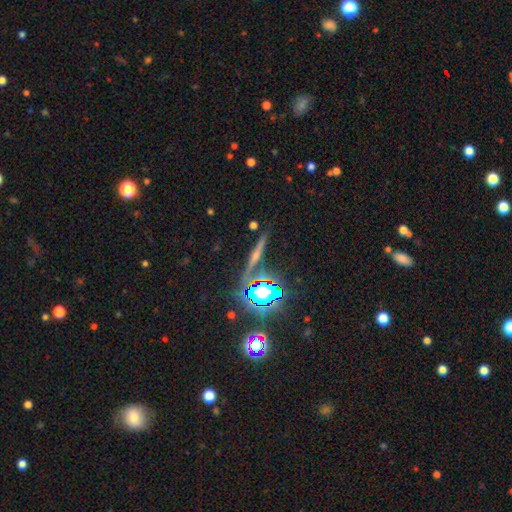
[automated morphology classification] Q: Smooth or featured?
A: featured or disk (55%); runner-up: star or artifact (23%)
Q: Edge-on disk?
A: yes (92%); runner-up: no (8%)
Q: Edge-on bulge?
A: rounded (71%); runner-up: none (20%)
Q: Merging?
A: none (82%); runner-up: minor disturbance (10%)